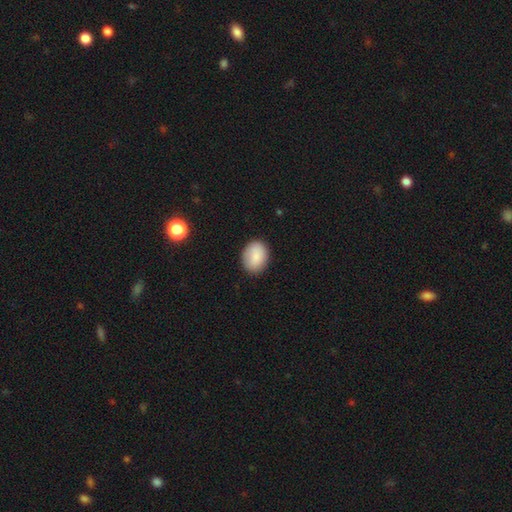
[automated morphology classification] smooth-or-featured: smooth: 87% | star or artifact: 7% | featured or disk: 6%
  how-rounded: in between: 60% | round: 39% | cigar-shaped: 1%
  merging: none: 85% | minor disturbance: 11% | major disturbance: 2% | merger: 1%